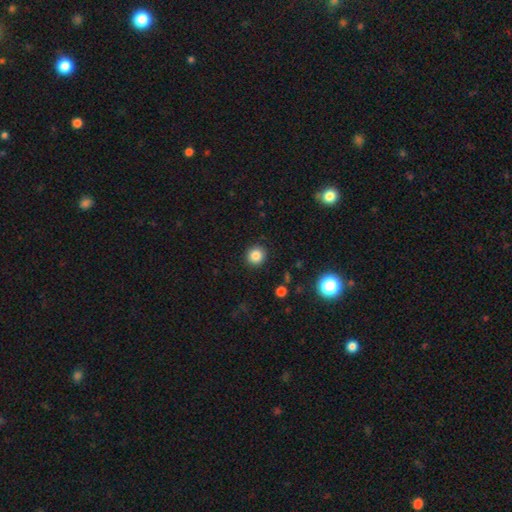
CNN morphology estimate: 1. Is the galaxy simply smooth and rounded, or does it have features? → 84% smooth, 11% star or artifact, 5% featured or disk.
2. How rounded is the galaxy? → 92% round, 7% in between, 1% cigar-shaped.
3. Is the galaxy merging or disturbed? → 92% none, 5% minor disturbance, 2% major disturbance, 1% merger.